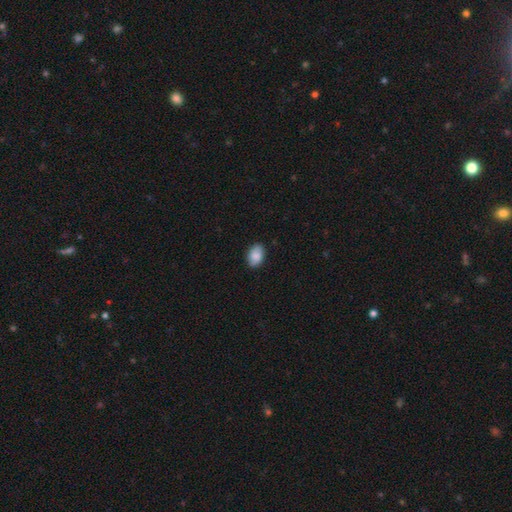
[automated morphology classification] The model was most divided on "merging": none: 86%, minor disturbance: 11%, major disturbance: 2%, merger: 1%. More confident: smooth or featured — smooth (87%); how rounded — in between (87%).